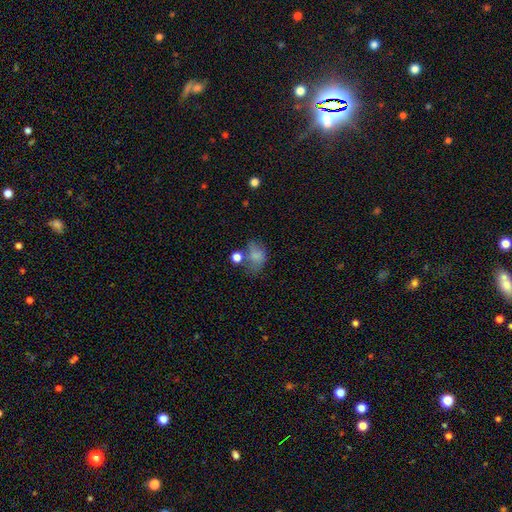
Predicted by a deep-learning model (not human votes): Smooth or featured?
  - smooth: 73% *
  - featured or disk: 14%
  - star or artifact: 13%
How rounded?
  - in between: 65% *
  - round: 34%
  - cigar-shaped: 1%
Merging?
  - none: 36% *
  - minor disturbance: 24%
  - major disturbance: 21%
  - merger: 20%